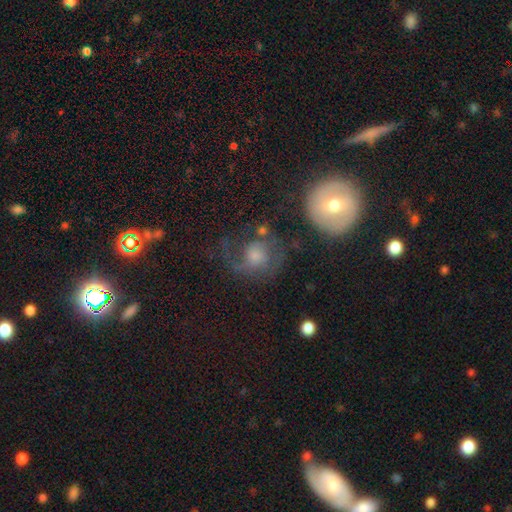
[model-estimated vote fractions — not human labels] Overall: featured or disk (57%; smooth 30%). Edge-on disk: no (97%). Bar: no (64%; weak 30%). Spiral arms: yes (84%). Bulge size: moderate (41%; small 30%). Merging: none (44%; major disturbance 28%).